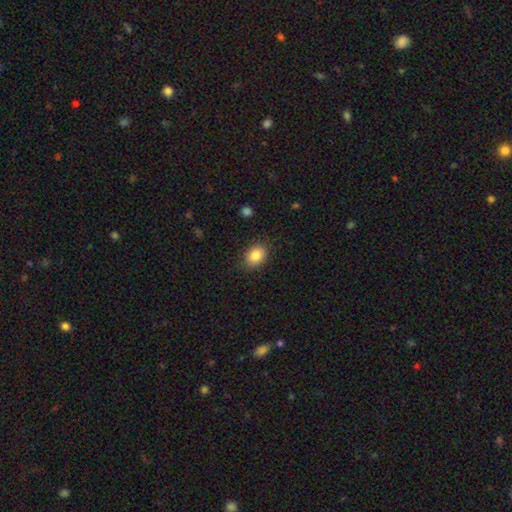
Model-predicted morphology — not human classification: The model was most divided on "how rounded": in between: 67%, round: 32%, cigar-shaped: 1%. More confident: merging — none (85%); smooth or featured — smooth (84%).